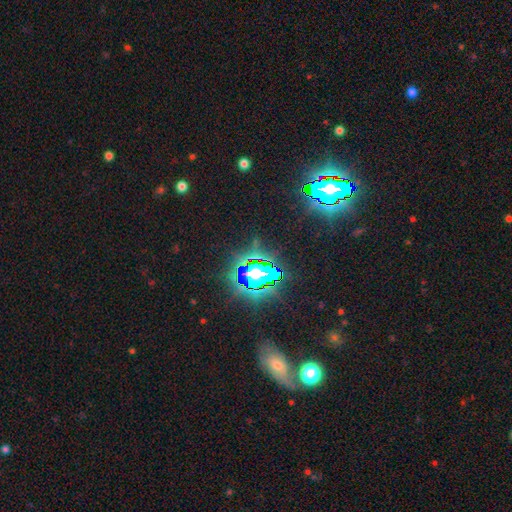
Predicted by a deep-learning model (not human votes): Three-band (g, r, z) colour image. It shows a star or artifact, not a galaxy (80%).